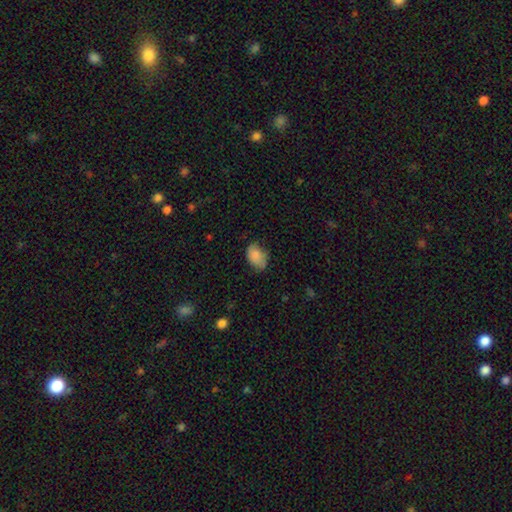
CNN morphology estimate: The model was most divided on "merging": none: 62%, minor disturbance: 30%, major disturbance: 7%, merger: 1%. More confident: how rounded — in between (85%); smooth or featured — smooth (84%).